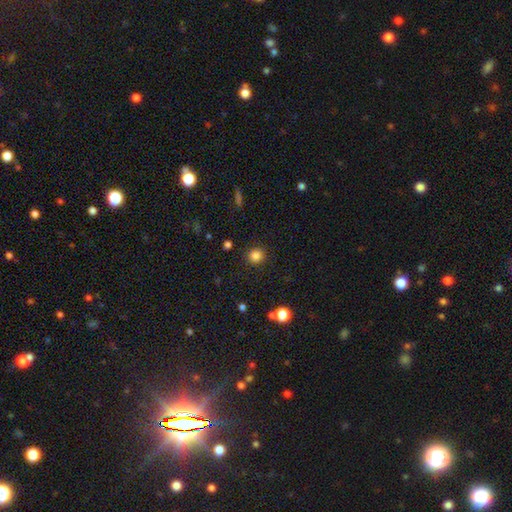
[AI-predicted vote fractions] Smooth or featured?
  - smooth: 83% *
  - star or artifact: 12%
  - featured or disk: 4%
How rounded?
  - round: 89% *
  - in between: 10%
  - cigar-shaped: 1%
Merging?
  - none: 90% *
  - minor disturbance: 6%
  - major disturbance: 2%
  - merger: 1%